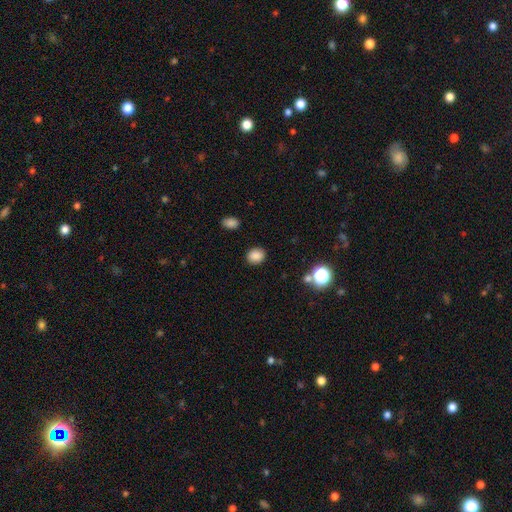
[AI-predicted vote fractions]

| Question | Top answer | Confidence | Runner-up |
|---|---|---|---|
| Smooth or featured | smooth | 85% | star or artifact (11%) |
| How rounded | round | 63% | in between (36%) |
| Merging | none | 88% | minor disturbance (7%) |